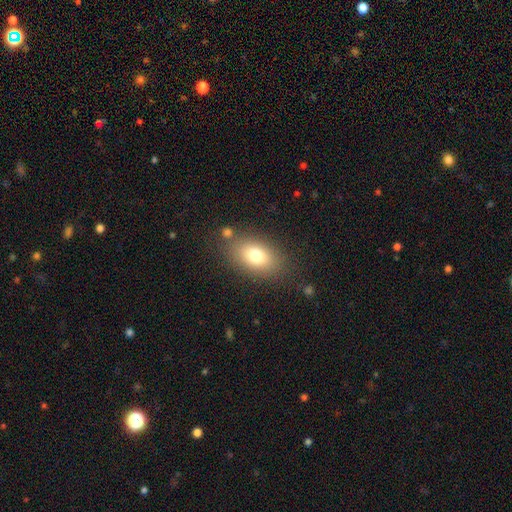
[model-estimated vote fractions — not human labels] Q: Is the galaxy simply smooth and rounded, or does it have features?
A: smooth — 76%.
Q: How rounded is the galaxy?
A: in between — 85%.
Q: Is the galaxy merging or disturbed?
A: none — 78%.